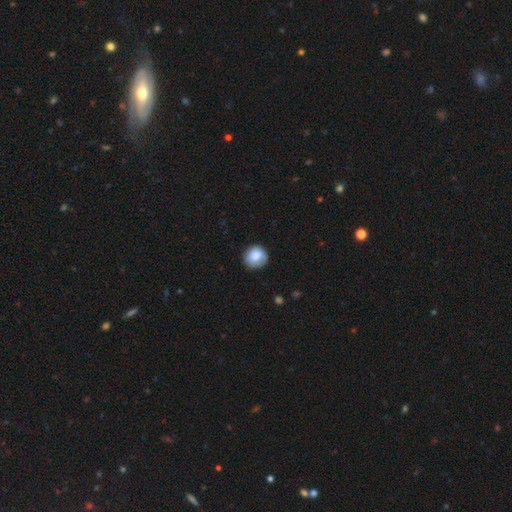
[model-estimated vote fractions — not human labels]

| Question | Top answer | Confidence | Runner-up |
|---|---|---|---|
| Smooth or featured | smooth | 81% | featured or disk (12%) |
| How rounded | round | 87% | in between (12%) |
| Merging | none | 74% | minor disturbance (20%) |